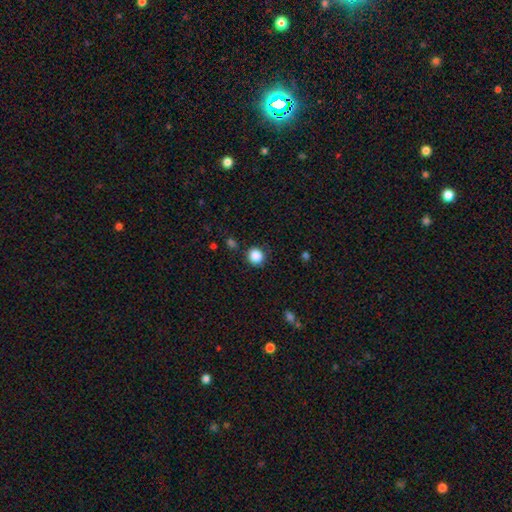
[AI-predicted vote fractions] Smooth or featured: smooth — 87% (star or artifact — 10%)
How rounded: round — 91% (in between — 8%)
Merging: none — 87% (minor disturbance — 8%)